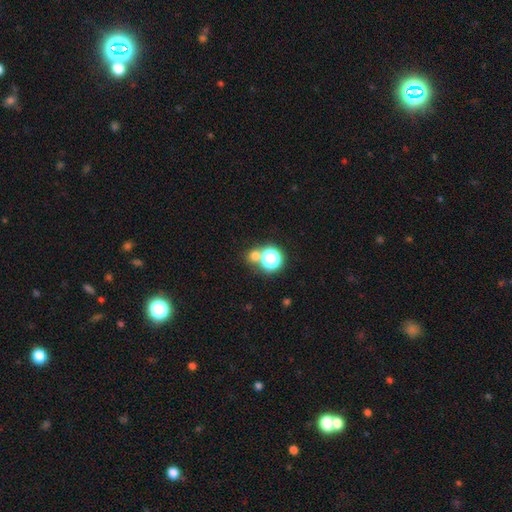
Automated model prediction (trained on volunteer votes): A smooth galaxy with no disk features (62%) that is round (84%).

Vote fractions:
- Smooth or featured? smooth: 62% / star or artifact: 30% / featured or disk: 8%
- How rounded? round: 84% / in between: 15% / cigar-shaped: 1%
- Merging? none: 61% / merger: 27% / minor disturbance: 7% / major disturbance: 4%